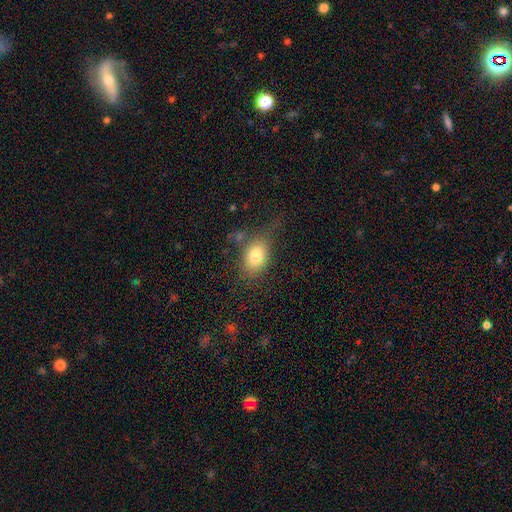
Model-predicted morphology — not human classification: smooth-or-featured: smooth: 77% | featured or disk: 13% | star or artifact: 10%
  how-rounded: in between: 77% | round: 21% | cigar-shaped: 2%
  merging: none: 59% | minor disturbance: 23% | major disturbance: 14% | merger: 4%